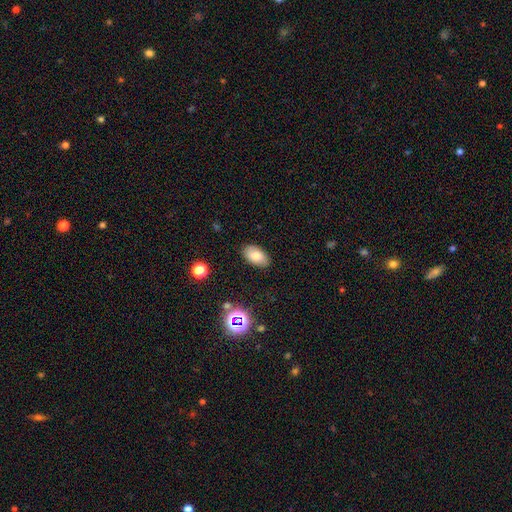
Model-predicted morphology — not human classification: A smooth galaxy with no disk features (79%) that is in between round and cigar-shaped (94%).

Vote fractions:
- Smooth or featured? smooth: 79% / featured or disk: 12% / star or artifact: 10%
- How rounded? in between: 94% / round: 5% / cigar-shaped: 1%
- Merging? none: 86% / minor disturbance: 11% / major disturbance: 2% / merger: 1%